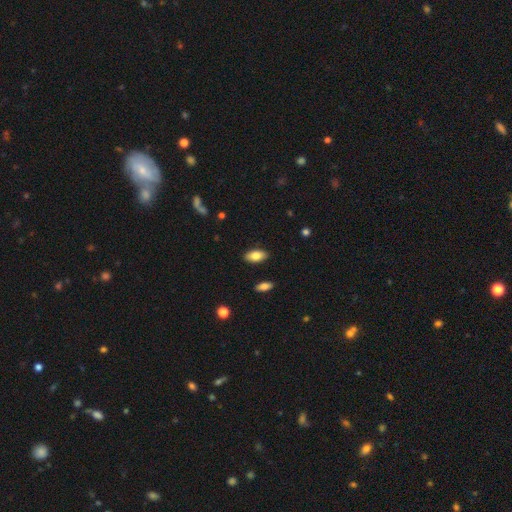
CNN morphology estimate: A smooth galaxy with no disk features (82%) that is in between round and cigar-shaped (92%).

Vote fractions:
- Smooth or featured? smooth: 82% / featured or disk: 11% / star or artifact: 7%
- How rounded? in between: 92% / cigar-shaped: 5% / round: 3%
- Merging? none: 89% / minor disturbance: 8% / major disturbance: 2% / merger: 2%